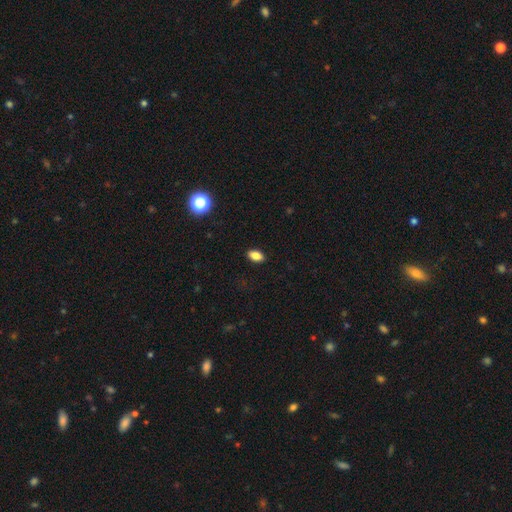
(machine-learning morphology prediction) This is clearly a smooth galaxy (83%). How rounded: clearly in between (88%). Merging: clearly none (89%).